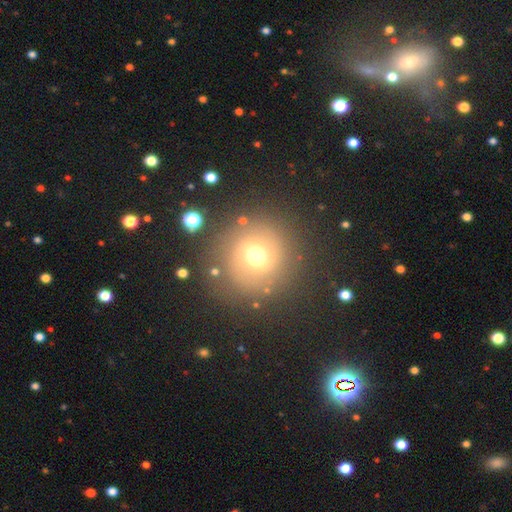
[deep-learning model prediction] smooth 56%, featured or disk 24%, star or artifact 19%. Down the decision tree: how rounded — round (92%); merging — none (80%).